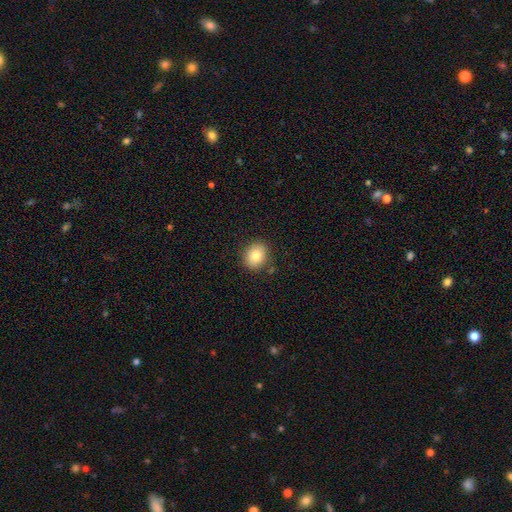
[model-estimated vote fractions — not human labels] Smooth or featured?
  - smooth: 82% *
  - star or artifact: 9%
  - featured or disk: 9%
How rounded?
  - round: 62% *
  - in between: 37%
  - cigar-shaped: 1%
Merging?
  - none: 85% *
  - minor disturbance: 10%
  - major disturbance: 3%
  - merger: 2%